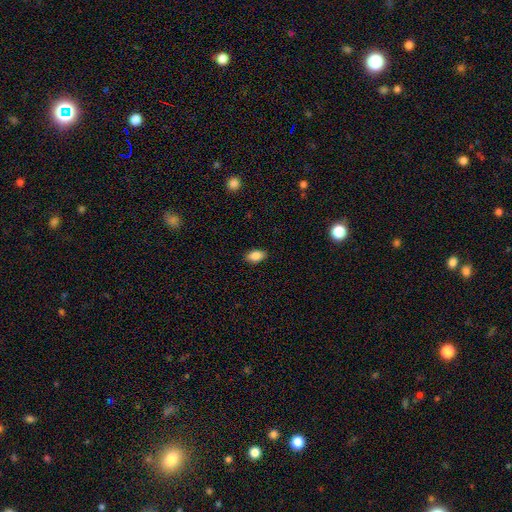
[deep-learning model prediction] smooth-or-featured: smooth: 85% | star or artifact: 8% | featured or disk: 7%
  how-rounded: in between: 91% | round: 7% | cigar-shaped: 3%
  merging: none: 88% | minor disturbance: 9% | major disturbance: 2% | merger: 1%